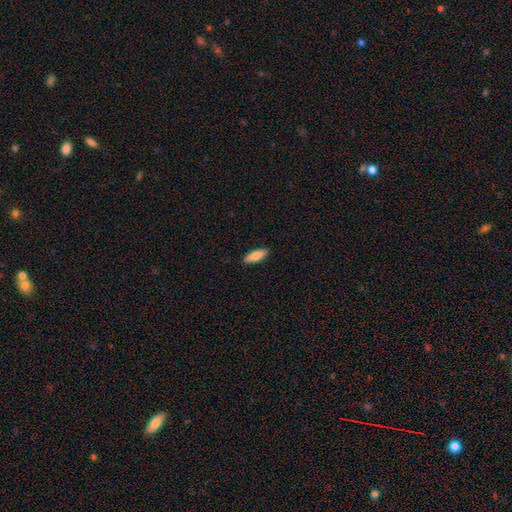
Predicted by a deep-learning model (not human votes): Smooth or featured: smooth — 81% (featured or disk — 13%)
How rounded: in between — 57% (cigar-shaped — 41%)
Merging: none — 89% (minor disturbance — 8%)